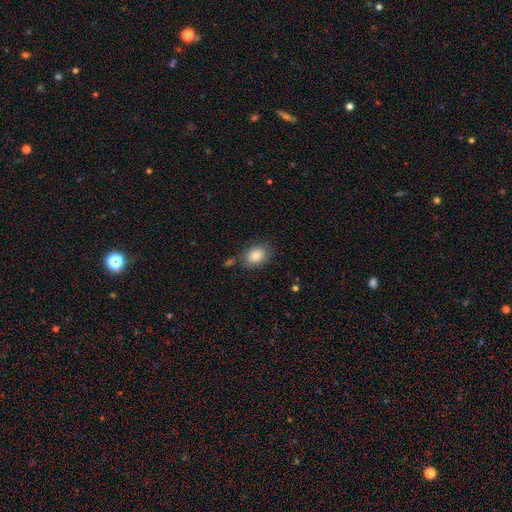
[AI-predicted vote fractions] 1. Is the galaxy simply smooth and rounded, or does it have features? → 87% smooth, 8% star or artifact, 6% featured or disk.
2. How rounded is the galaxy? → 68% in between, 31% round, 1% cigar-shaped.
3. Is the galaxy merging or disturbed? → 76% none, 15% minor disturbance, 5% major disturbance, 4% merger.